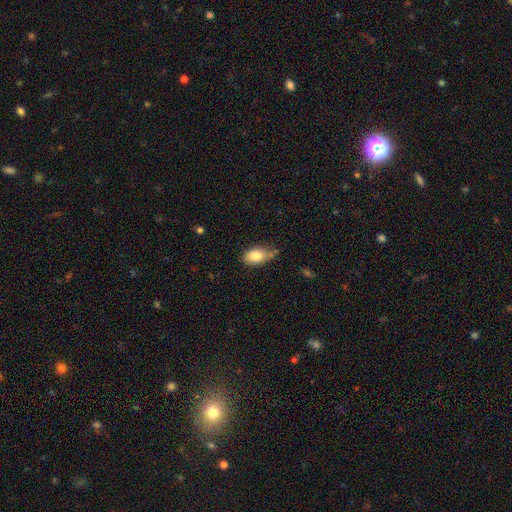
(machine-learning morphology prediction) Overall: smooth (81%). How rounded: in between (89%). Merging: none (56%; minor disturbance 32%).